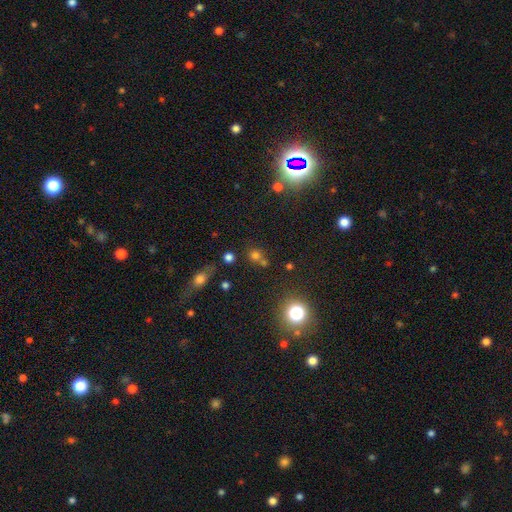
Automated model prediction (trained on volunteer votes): The model was most divided on "smooth or featured": smooth: 62%, star or artifact: 29%, featured or disk: 9%. More confident: how rounded — round (85%); merging — none (61%).